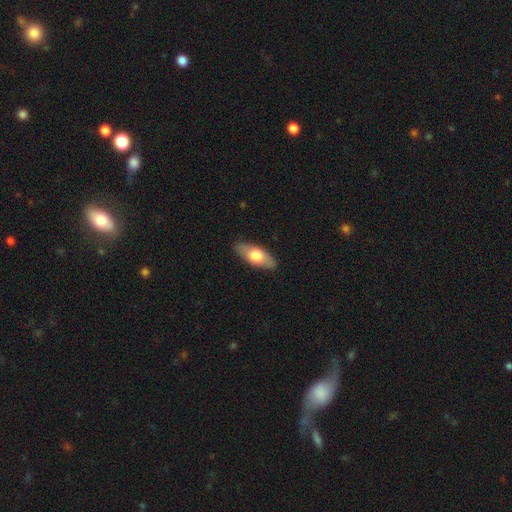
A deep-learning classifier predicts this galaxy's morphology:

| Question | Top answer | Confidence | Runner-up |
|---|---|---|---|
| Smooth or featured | smooth | 63% | featured or disk (32%) |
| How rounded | in between | 79% | cigar-shaped (18%) |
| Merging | none | 87% | minor disturbance (10%) |